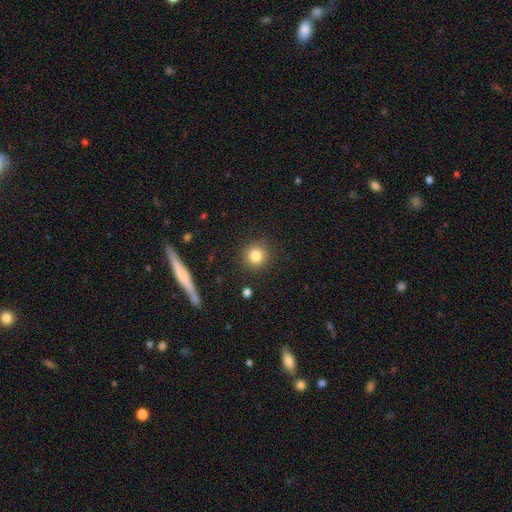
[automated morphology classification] Smooth or featured? smooth (83%)
How rounded? round (92%)
Merging? none (89%)